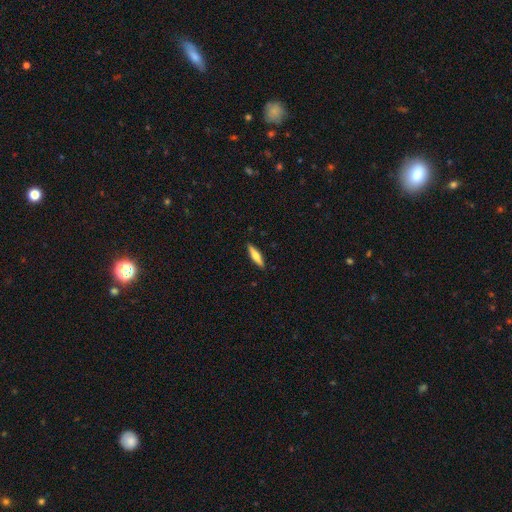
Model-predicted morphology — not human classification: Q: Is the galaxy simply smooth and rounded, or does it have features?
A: smooth — 66%.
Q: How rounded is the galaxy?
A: cigar-shaped — 76%.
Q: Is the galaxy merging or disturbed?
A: none — 90%.